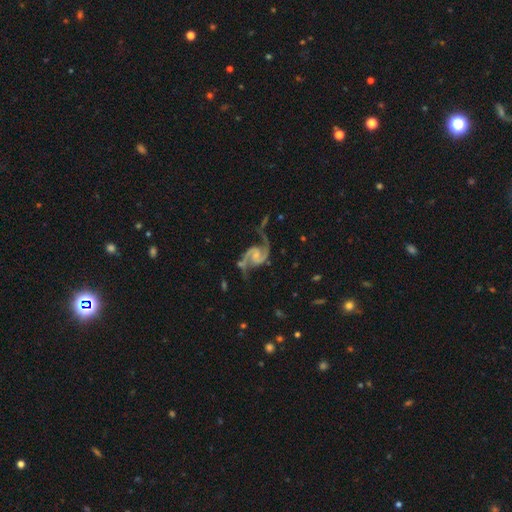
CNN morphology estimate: Smooth or featured? Predicted: featured or disk (p=0.93). Edge-on disk? Predicted: no (p=0.98). Bar? Predicted: no (p=0.47). Spiral arms? Predicted: yes (p=0.98). Spiral winding? Predicted: medium (p=0.54). Spiral arm count? Predicted: 2 (p=0.94). Bulge size? Predicted: small (p=0.60). Merging? Predicted: none (p=0.61).